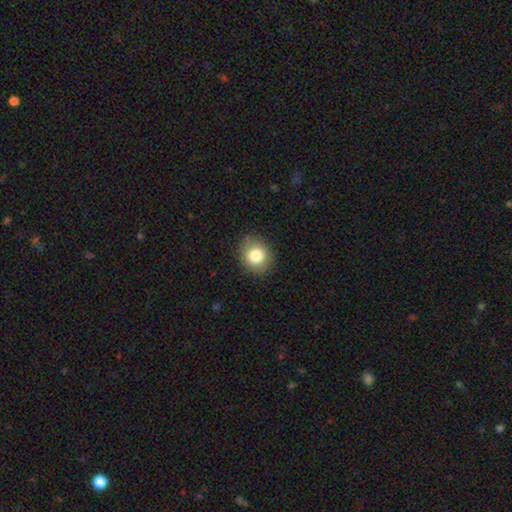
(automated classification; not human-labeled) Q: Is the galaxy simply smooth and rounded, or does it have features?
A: smooth — 82%.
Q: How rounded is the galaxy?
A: round — 69%.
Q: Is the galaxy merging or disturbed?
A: none — 86%.